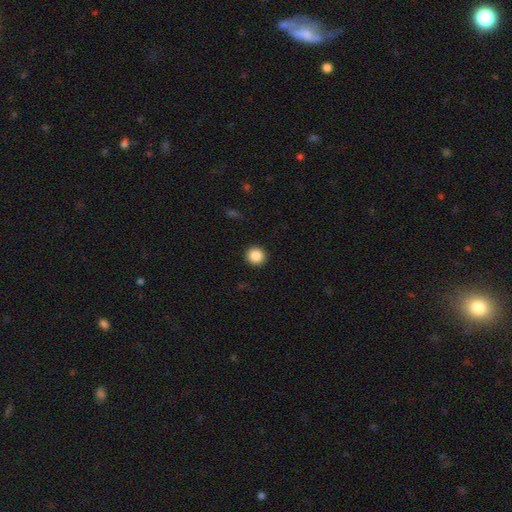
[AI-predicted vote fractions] Smooth or featured? Predicted: smooth (p=0.87). How rounded? Predicted: round (p=0.93). Merging? Predicted: none (p=0.93).